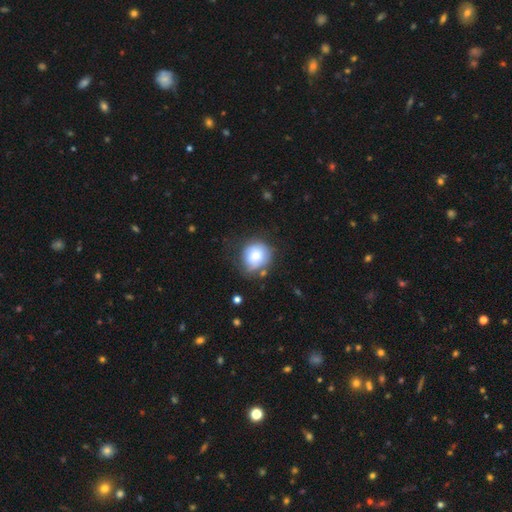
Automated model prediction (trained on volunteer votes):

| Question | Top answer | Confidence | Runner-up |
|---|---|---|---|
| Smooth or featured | smooth | 73% | featured or disk (19%) |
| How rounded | round | 83% | in between (16%) |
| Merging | none | 59% | minor disturbance (26%) |